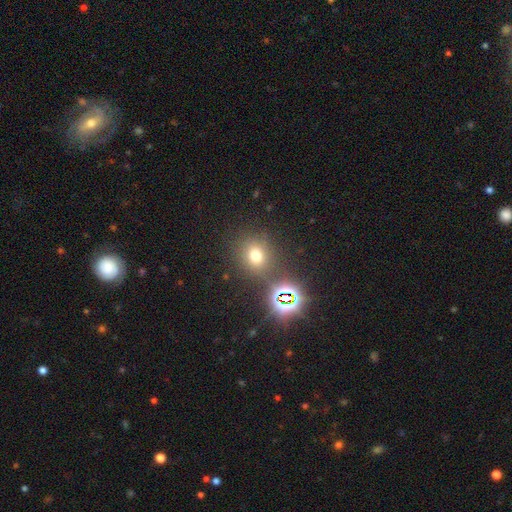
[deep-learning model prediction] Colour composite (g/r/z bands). It shows a smooth galaxy with no disk features (64%) that is round (78%). Merging: none (77%).